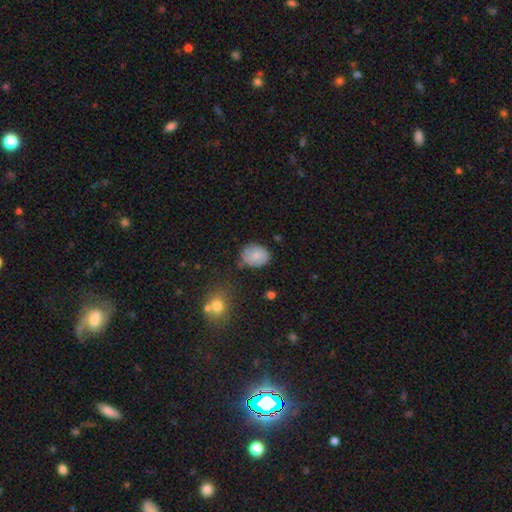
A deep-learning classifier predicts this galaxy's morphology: Q: Smooth or featured?
A: smooth (67%); runner-up: featured or disk (25%)
Q: How rounded?
A: in between (54%); runner-up: round (45%)
Q: Merging?
A: none (64%); runner-up: minor disturbance (26%)